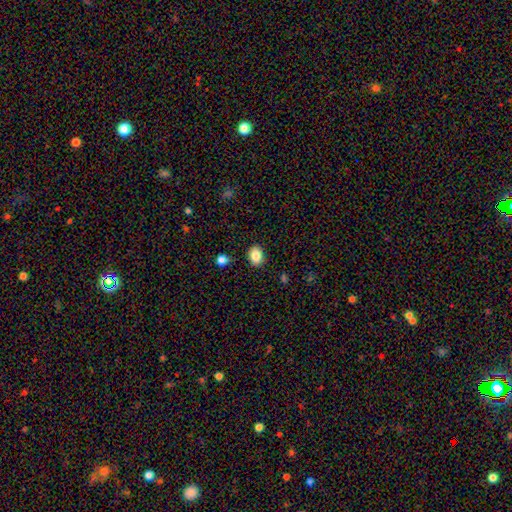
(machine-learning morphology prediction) type=smooth (86%); roundness=in between (72%); merging=none (86%).